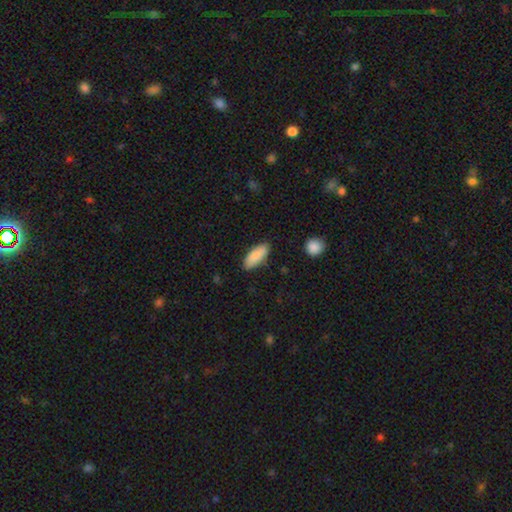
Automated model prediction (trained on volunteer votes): A smooth galaxy with no disk features (88%) that is in between round and cigar-shaped (79%). Merging: none (85%).